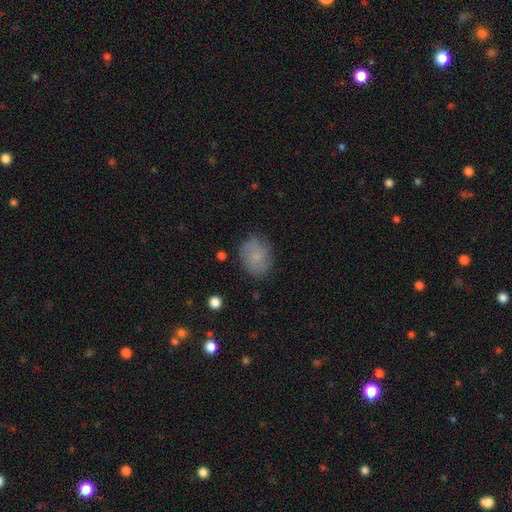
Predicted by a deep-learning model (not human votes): A smooth galaxy with no disk features (73%) that is in between round and cigar-shaped (56%).

Vote fractions:
- Smooth or featured? smooth: 73% / featured or disk: 18% / star or artifact: 9%
- How rounded? in between: 56% / round: 43% / cigar-shaped: 1%
- Merging? none: 76% / minor disturbance: 17% / major disturbance: 5% / merger: 2%